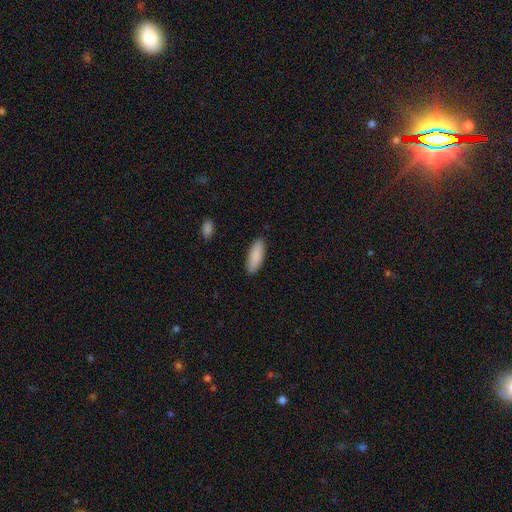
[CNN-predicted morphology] A smooth galaxy with no disk features (88%) that is in between round and cigar-shaped (71%).

Vote fractions:
- Smooth or featured? smooth: 88% / featured or disk: 6% / star or artifact: 5%
- How rounded? in between: 71% / cigar-shaped: 27% / round: 2%
- Merging? none: 89% / minor disturbance: 8% / major disturbance: 2% / merger: 1%